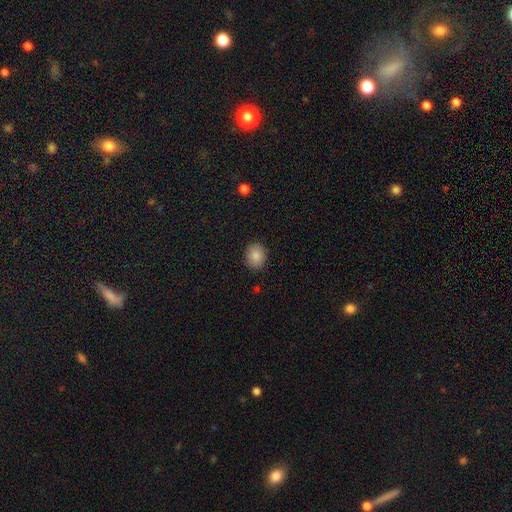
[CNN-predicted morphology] The model was most divided on "how rounded": round: 63%, in between: 36%, cigar-shaped: 1%. More confident: merging — none (89%); smooth or featured — smooth (87%).